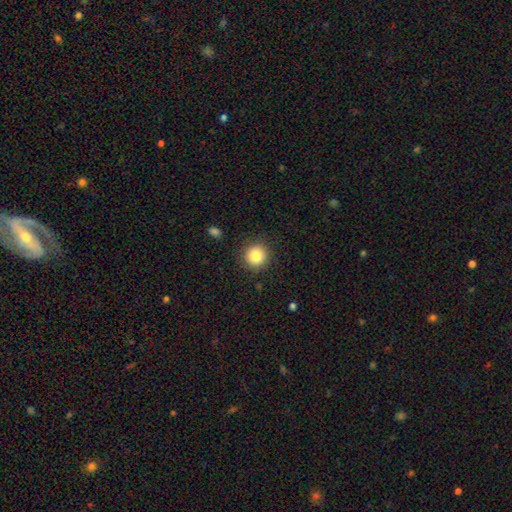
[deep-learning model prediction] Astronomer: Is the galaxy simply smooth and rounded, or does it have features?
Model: smooth — 84%.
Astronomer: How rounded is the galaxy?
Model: round — 94%.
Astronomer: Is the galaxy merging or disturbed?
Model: none — 90%.